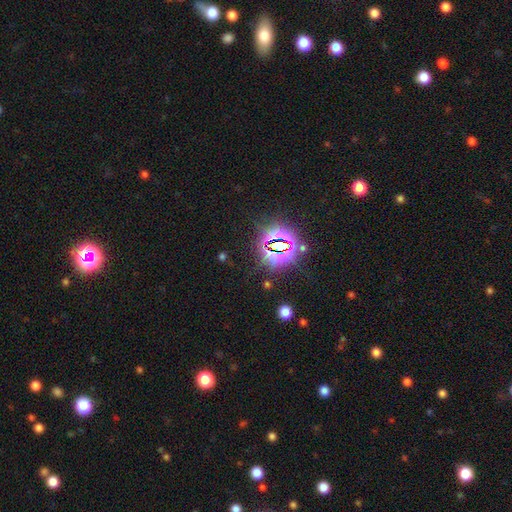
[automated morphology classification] smooth-or-featured: star or artifact: 82% | smooth: 11% | featured or disk: 7%